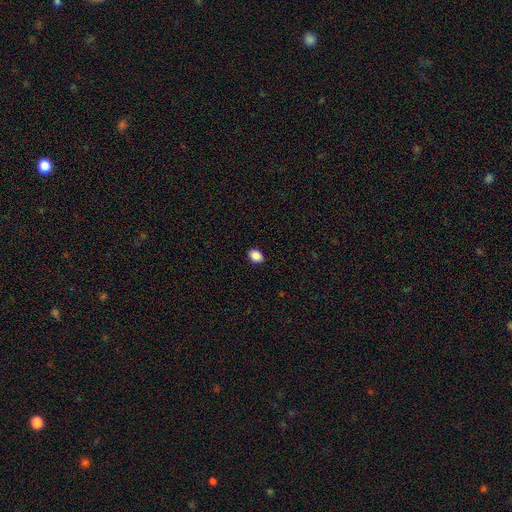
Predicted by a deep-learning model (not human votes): Morphology: type=smooth (88%); roundness=in between (66%); merging=none (89%).